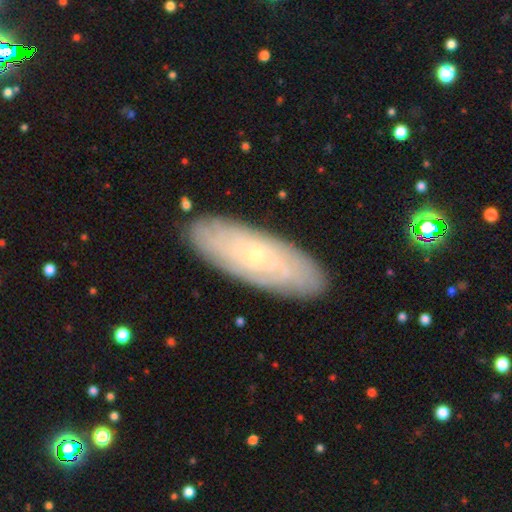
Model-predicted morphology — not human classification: A featured or disk galaxy (66%) with no bar (75%), spiral arms (79%) and a small central bulge (82%).

Vote fractions:
- Smooth or featured? featured or disk: 66% / smooth: 27% / star or artifact: 7%
- Edge-on disk? no: 81% / yes: 19%
- Bar? no: 75% / weak: 21% / strong: 5%
- Spiral arms? yes: 79% / no: 21%
- Bulge size? small: 82% / moderate: 14% / none: 2% / large: 1% / dominant: 1%
- Merging? none: 87% / minor disturbance: 10% / major disturbance: 2% / merger: 1%